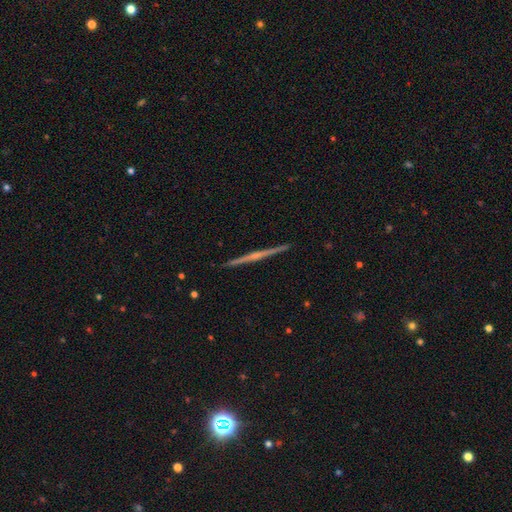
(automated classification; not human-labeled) Smooth or featured? Predicted: featured or disk (p=0.80). Edge-on disk? Predicted: yes (p=0.99). Edge-on bulge? Predicted: rounded (p=0.58). Merging? Predicted: none (p=0.93).